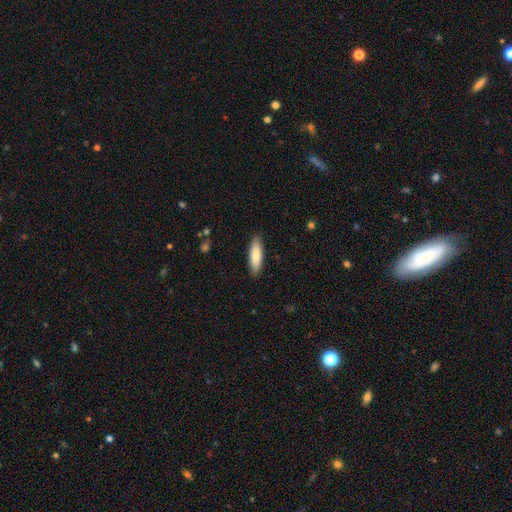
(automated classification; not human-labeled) This is clearly a smooth galaxy (81%). How rounded: possibly cigar-shaped (56%). Merging: clearly none (89%).